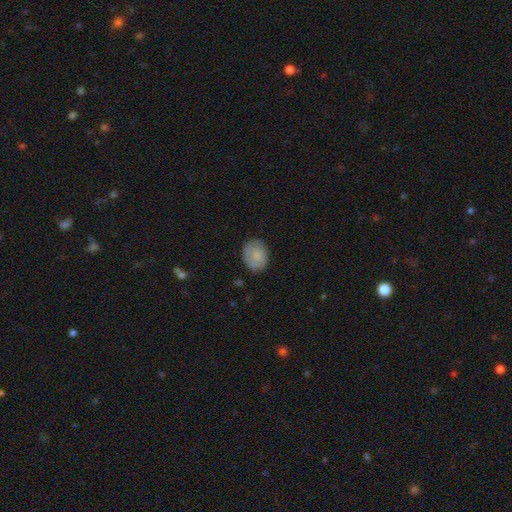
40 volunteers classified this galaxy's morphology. smooth 70%, featured or disk 18%, star or artifact 12%. Down the decision tree: how rounded — in between (57%); merging — none (94%).